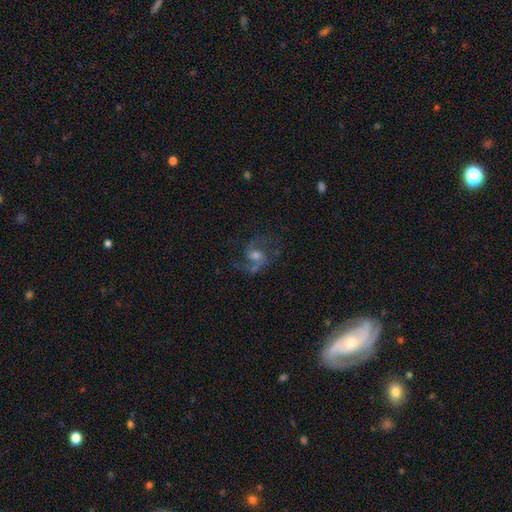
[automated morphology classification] Overall: featured or disk (79%). Edge-on disk: no (97%). Bar: no (49%; weak 42%). Spiral arms: yes (93%). Spiral arm count: 2 (82%). Spiral winding: medium (48%; loose 42%). Bulge size: moderate (55%; small 30%). Merging: none (64%).